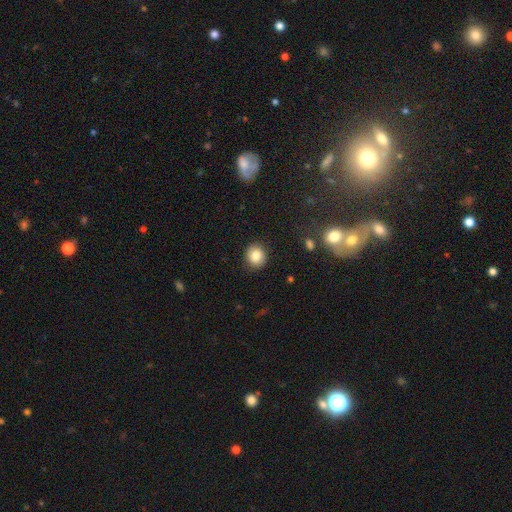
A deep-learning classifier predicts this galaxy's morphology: Smooth or featured? smooth (83%)
How rounded? round (81%)
Merging? none (89%)